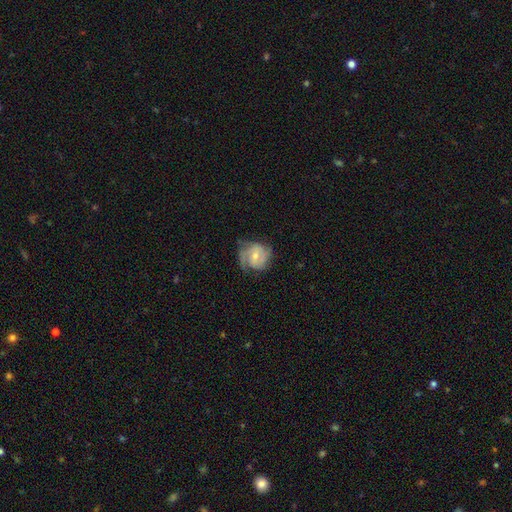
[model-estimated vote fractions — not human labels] This is likely a featured or disk galaxy (70%). It is clearly not viewed edge-on (97%). Bar: possibly no (48%). Spiral arm pattern: clearly yes (90%). Spiral arm count: possibly 2 (47%). Spiral winding: marginally tight (44%). Central bulge: possibly small (49%). Merging: likely none (61%).